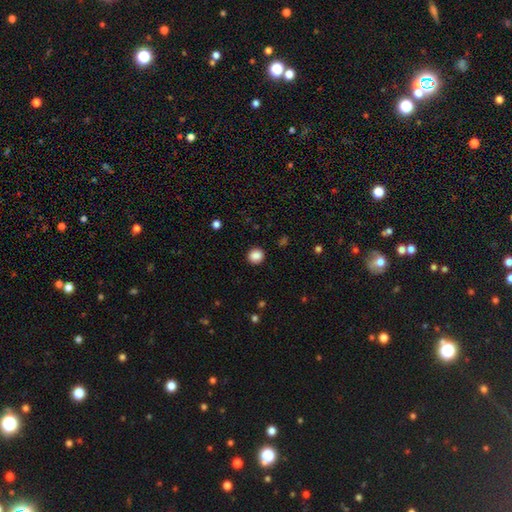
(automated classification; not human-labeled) A smooth galaxy with no disk features (88%) that is round (90%).

Vote fractions:
- Smooth or featured? smooth: 88% / star or artifact: 9% / featured or disk: 3%
- How rounded? round: 90% / in between: 9% / cigar-shaped: 1%
- Merging? none: 92% / minor disturbance: 5% / major disturbance: 2% / merger: 1%